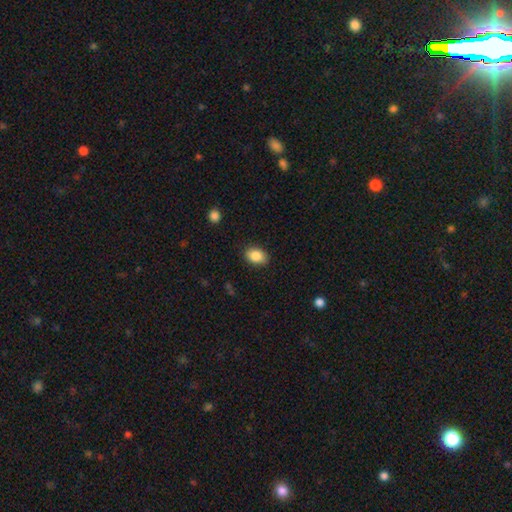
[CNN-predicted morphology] This is clearly a smooth galaxy (86%). How rounded: clearly in between (82%). Merging: clearly none (87%).